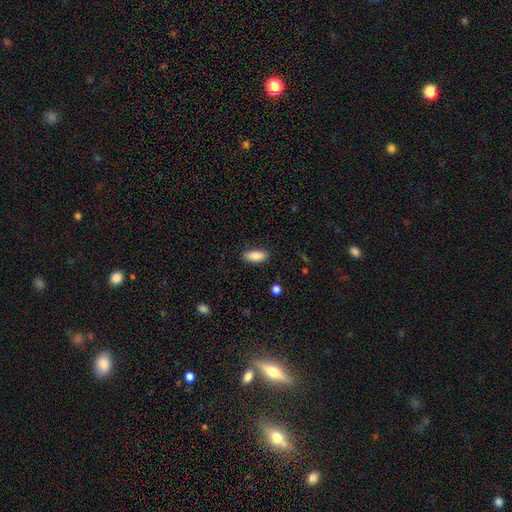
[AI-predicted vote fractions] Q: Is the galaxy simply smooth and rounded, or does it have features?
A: smooth — 85%.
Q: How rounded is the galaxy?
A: in between — 83%.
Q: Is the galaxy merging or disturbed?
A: none — 84%.